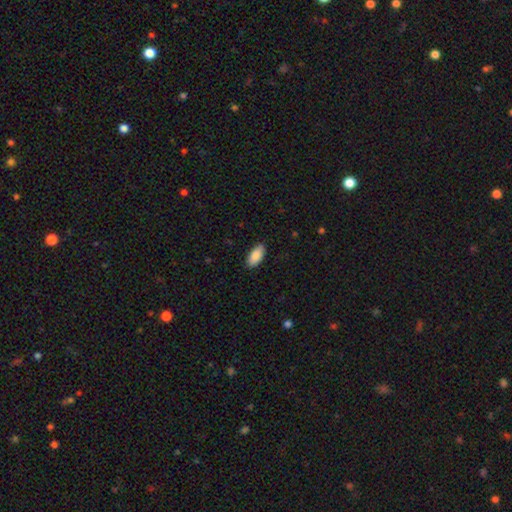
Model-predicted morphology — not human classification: The model was most divided on "merging": none: 88%, minor disturbance: 9%, major disturbance: 2%, merger: 1%. More confident: how rounded — in between (92%); smooth or featured — smooth (88%).